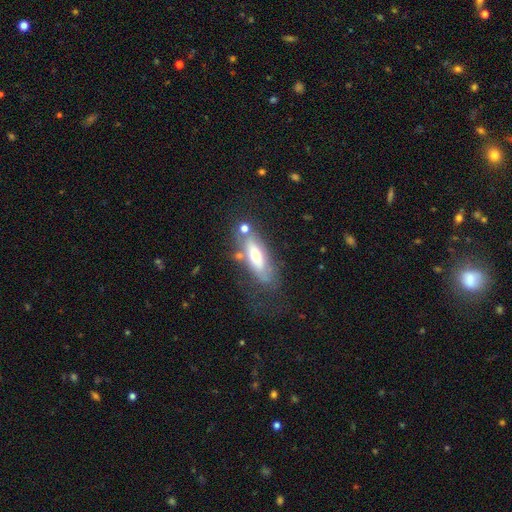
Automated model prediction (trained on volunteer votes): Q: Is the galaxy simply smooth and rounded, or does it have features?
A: featured or disk — 49%.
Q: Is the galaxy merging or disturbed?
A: none — 60%.